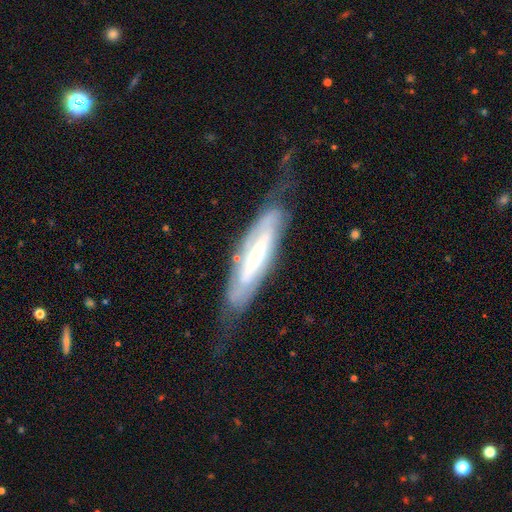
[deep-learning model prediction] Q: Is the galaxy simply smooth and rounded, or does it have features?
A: featured or disk — 74%.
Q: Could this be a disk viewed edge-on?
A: no — 59%.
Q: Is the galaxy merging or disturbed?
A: none — 55%.